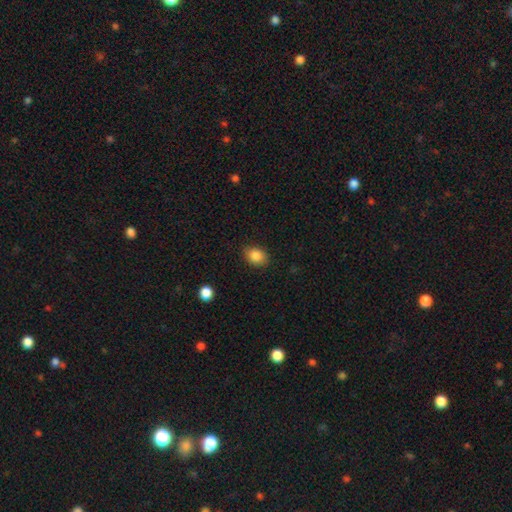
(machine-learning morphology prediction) Q: Smooth or featured?
A: smooth (87%); runner-up: star or artifact (9%)
Q: How rounded?
A: in between (60%); runner-up: round (39%)
Q: Merging?
A: none (85%); runner-up: minor disturbance (11%)